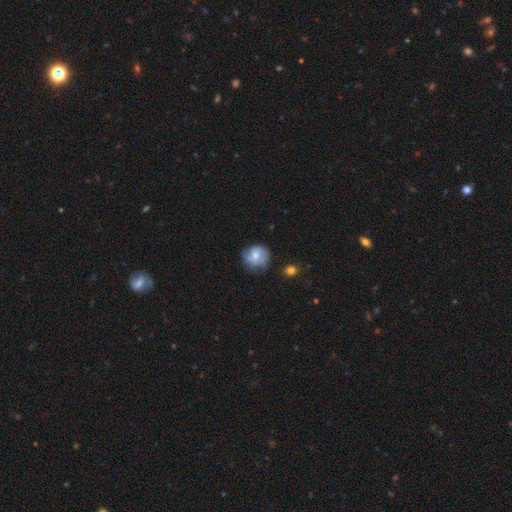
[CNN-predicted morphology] A smooth galaxy with no disk features (59%) that is round (74%). Merging: none (58%).